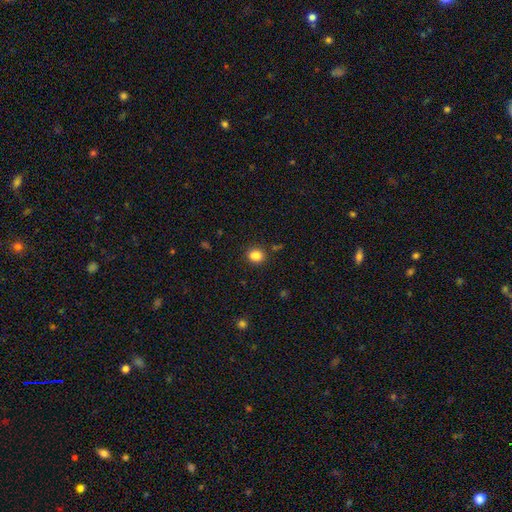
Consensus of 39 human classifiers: A smooth galaxy with no disk features (92%) that is in between round and cigar-shaped (53%). Merging: none (86%).